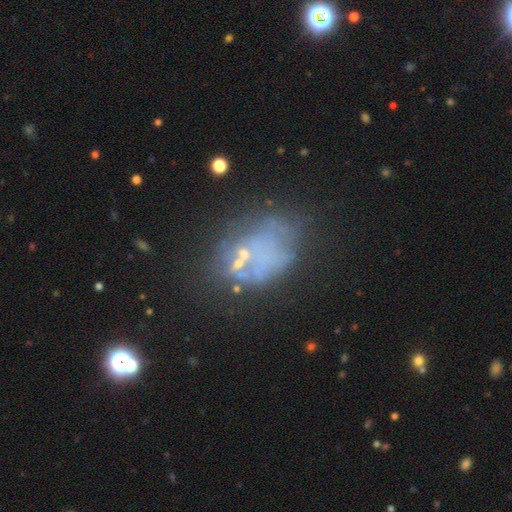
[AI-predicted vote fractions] Smooth or featured: featured or disk — 47% (smooth — 30%)
Merging: none — 42% (major disturbance — 25%)